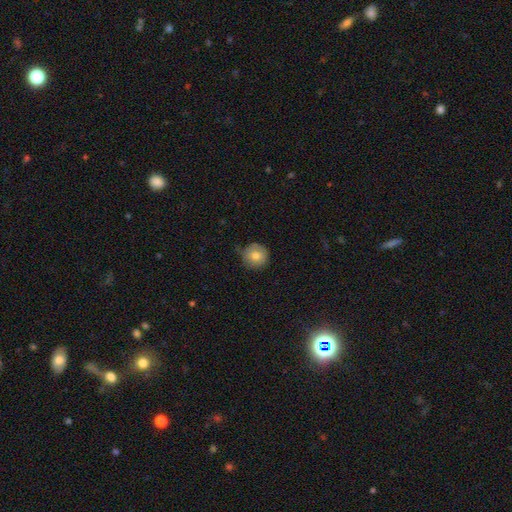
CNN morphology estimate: Smooth or featured?
  - smooth: 77% *
  - featured or disk: 14%
  - star or artifact: 8%
How rounded?
  - round: 94% *
  - in between: 5%
  - cigar-shaped: 1%
Merging?
  - none: 77% *
  - minor disturbance: 19%
  - major disturbance: 3%
  - merger: 1%